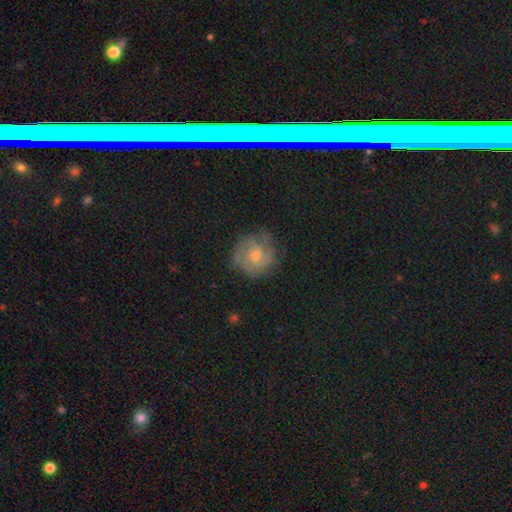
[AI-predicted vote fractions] Smooth or featured: featured or disk — 71% (smooth — 18%)
Edge-on disk: no — 97% (yes — 3%)
Bar: no — 68% (weak — 27%)
Spiral arms: yes — 90% (no — 10%)
Spiral winding: tight — 59% (medium — 32%)
Spiral arm count: can't tell — 34% (3 — 25%)
Bulge size: moderate — 49% (small — 47%)
Merging: none — 73% (minor disturbance — 19%)